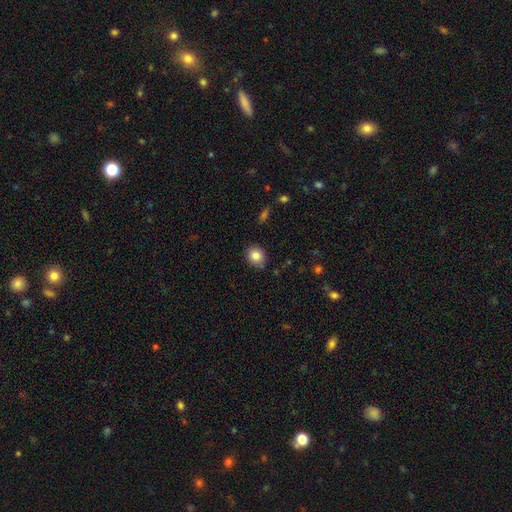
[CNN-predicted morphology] Smooth or featured?
  - smooth: 84% *
  - star or artifact: 9%
  - featured or disk: 7%
How rounded?
  - round: 72% *
  - in between: 27%
  - cigar-shaped: 1%
Merging?
  - none: 85% *
  - minor disturbance: 11%
  - major disturbance: 2%
  - merger: 2%